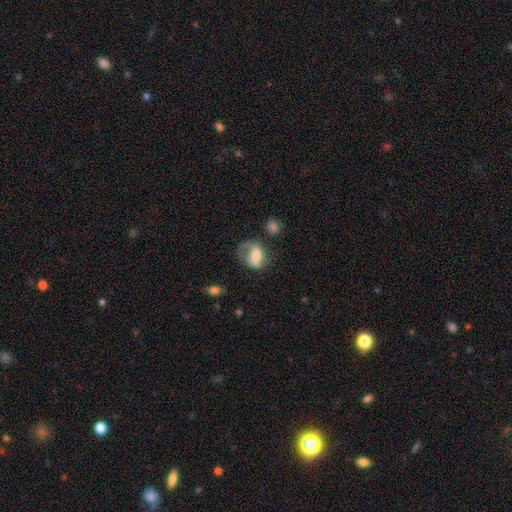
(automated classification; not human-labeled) Smooth or featured: featured or disk — 50% (smooth — 42%)
Merging: none — 39% (major disturbance — 31%)